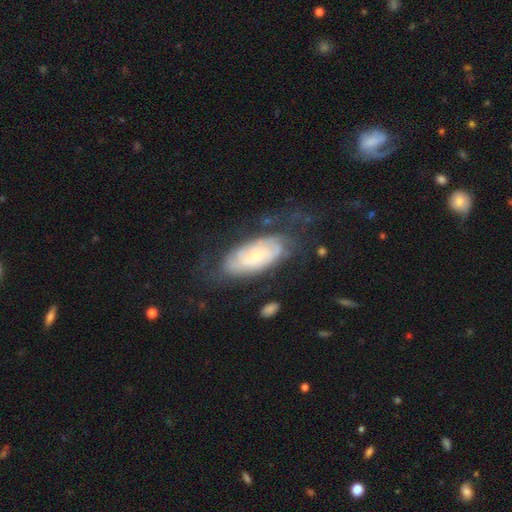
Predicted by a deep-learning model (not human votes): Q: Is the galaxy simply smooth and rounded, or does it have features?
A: featured or disk — 66%.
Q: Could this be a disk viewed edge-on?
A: no — 91%.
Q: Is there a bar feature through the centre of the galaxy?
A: no — 71%.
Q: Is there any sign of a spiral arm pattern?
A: yes — 84%.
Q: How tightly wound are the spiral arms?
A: tight — 65%.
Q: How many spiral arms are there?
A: can't tell — 56%.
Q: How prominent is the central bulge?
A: small — 66%.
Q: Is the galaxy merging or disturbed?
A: none — 58%.